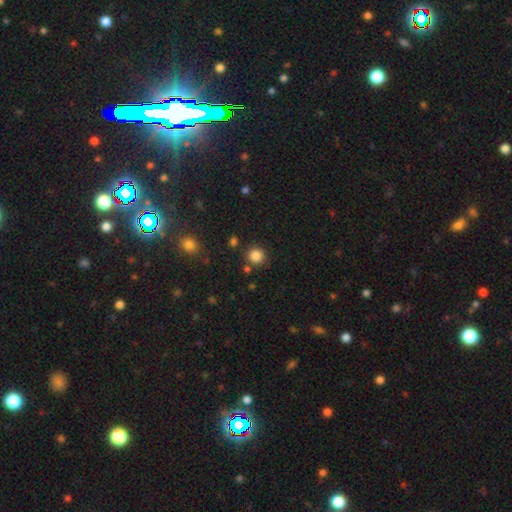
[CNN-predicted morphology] smooth 85%, star or artifact 12%, featured or disk 4%. Down the decision tree: how rounded — round (92%); merging — none (85%).